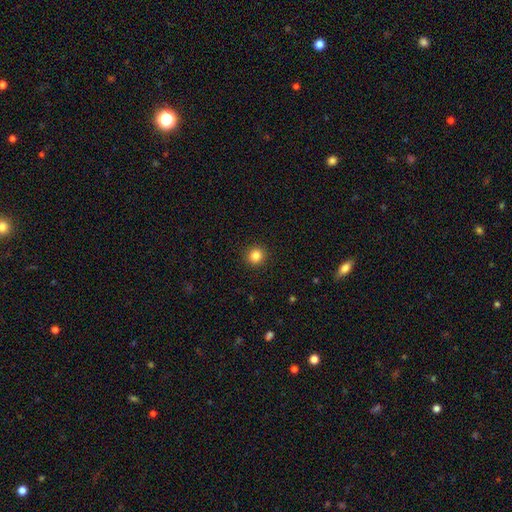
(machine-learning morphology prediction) Smooth or featured?
  - smooth: 84% *
  - star or artifact: 11%
  - featured or disk: 5%
How rounded?
  - round: 93% *
  - in between: 6%
  - cigar-shaped: 1%
Merging?
  - none: 93% *
  - minor disturbance: 5%
  - major disturbance: 2%
  - merger: 1%